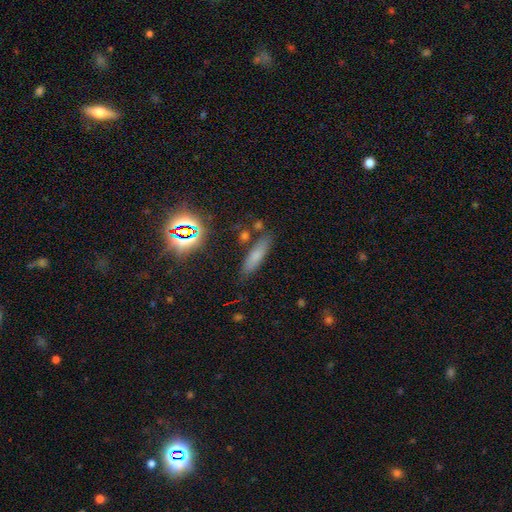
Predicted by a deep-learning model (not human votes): smooth-or-featured: smooth: 67% | star or artifact: 17% | featured or disk: 16%
  how-rounded: cigar-shaped: 61% | in between: 35% | round: 4%
  merging: none: 77% | minor disturbance: 13% | merger: 6% | major disturbance: 4%